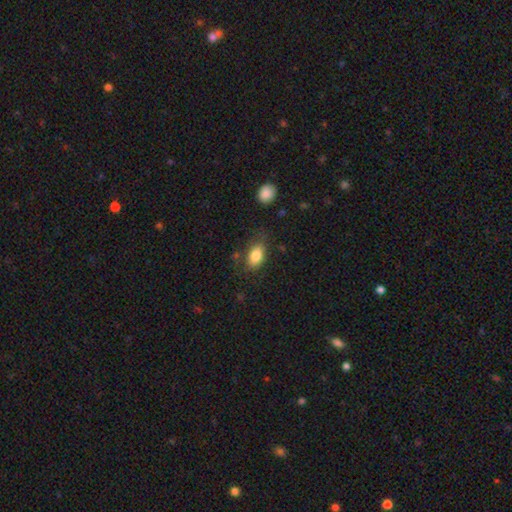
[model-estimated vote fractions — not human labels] Overall: smooth (83%). How rounded: in between (88%). Merging: none (71%).